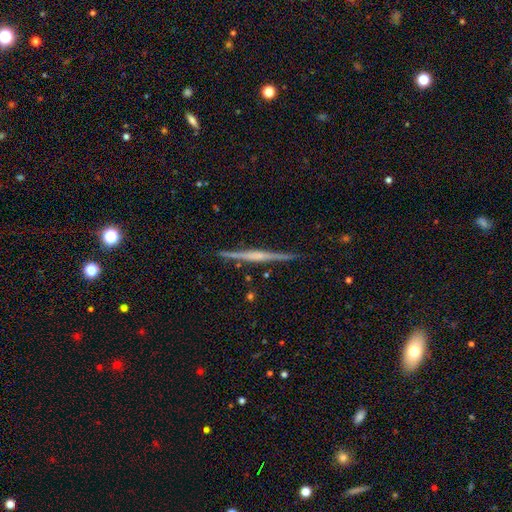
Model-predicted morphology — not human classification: smooth_or_featured: featured or disk (p=0.79) [alt: smooth p=0.16]
disk_edge_on: yes (p=0.98) [alt: no p=0.02]
edge_on_bulge: rounded (p=0.49) [alt: none p=0.34]
merging: none (p=0.91) [alt: minor disturbance p=0.07]